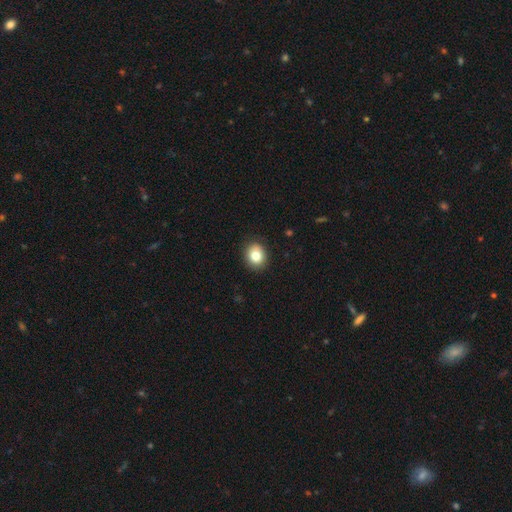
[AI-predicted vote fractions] smooth 81%, featured or disk 10%, star or artifact 9%. Down the decision tree: how rounded — round (64%); merging — none (89%).